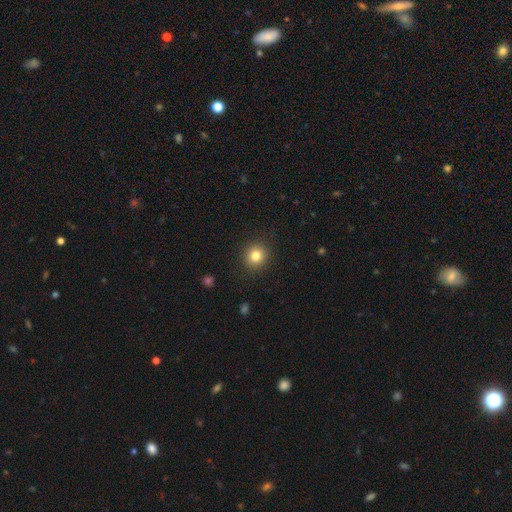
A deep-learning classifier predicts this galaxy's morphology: Q: Smooth or featured?
A: smooth (81%); runner-up: star or artifact (12%)
Q: How rounded?
A: round (91%); runner-up: in between (8%)
Q: Merging?
A: none (91%); runner-up: minor disturbance (6%)